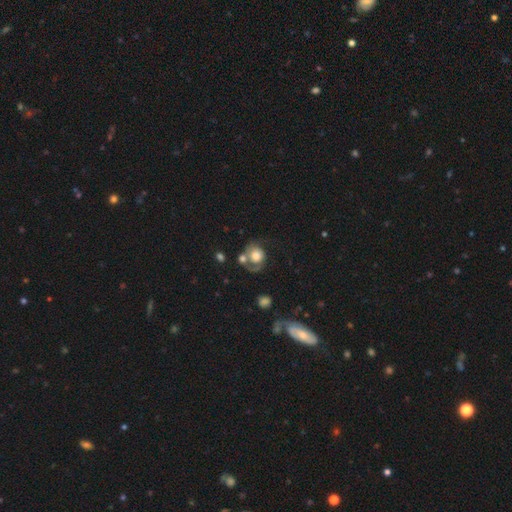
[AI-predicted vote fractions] Smooth or featured?
  - smooth: 58% *
  - featured or disk: 33%
  - star or artifact: 9%
How rounded?
  - round: 73% *
  - in between: 26%
  - cigar-shaped: 1%
Merging?
  - none: 37% *
  - major disturbance: 23%
  - merger: 21%
  - minor disturbance: 19%